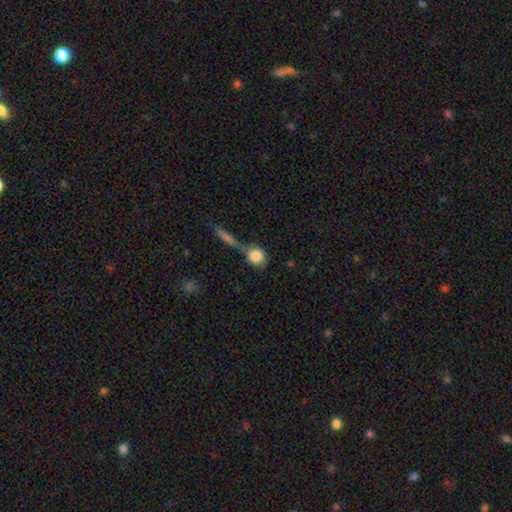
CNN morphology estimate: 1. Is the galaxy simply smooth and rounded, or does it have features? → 80% smooth, 11% featured or disk, 8% star or artifact.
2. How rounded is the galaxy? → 75% round, 21% in between, 4% cigar-shaped.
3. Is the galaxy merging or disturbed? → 40% none, 39% merger, 13% minor disturbance, 8% major disturbance.